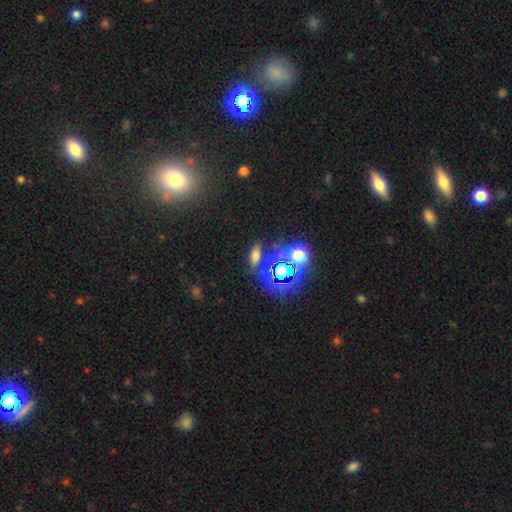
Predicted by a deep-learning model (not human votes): This appears to be a smooth galaxy with no disk features (55%) that is in between round and cigar-shaped (61%). Merging: none (78%).